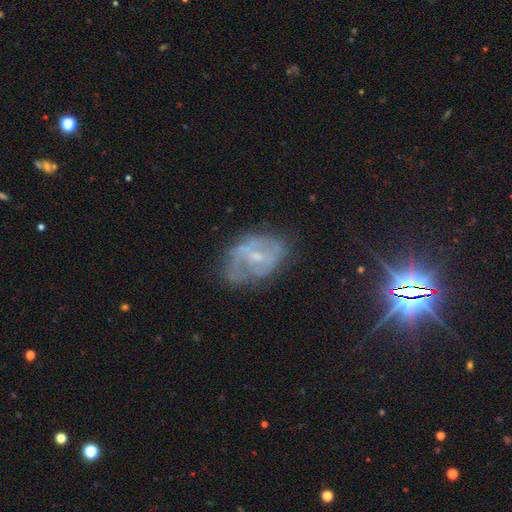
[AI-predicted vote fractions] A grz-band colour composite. It shows a featured or disk galaxy (69%) with a weak bar (49%), spiral arms (71%) and a small central bulge (65%). Merging: none (59%).